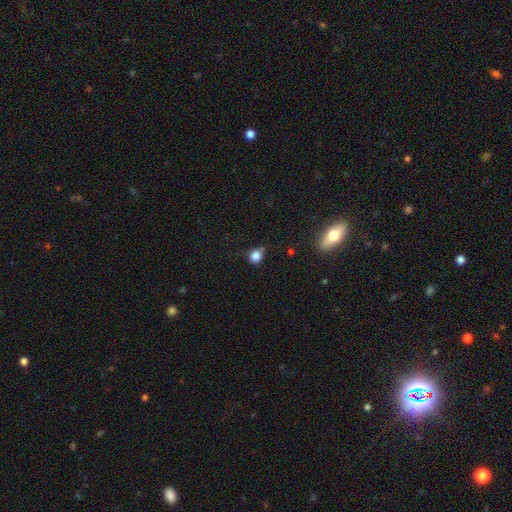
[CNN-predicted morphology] smooth 82%, star or artifact 12%, featured or disk 6%. Down the decision tree: how rounded — round (78%); merging — none (61%).